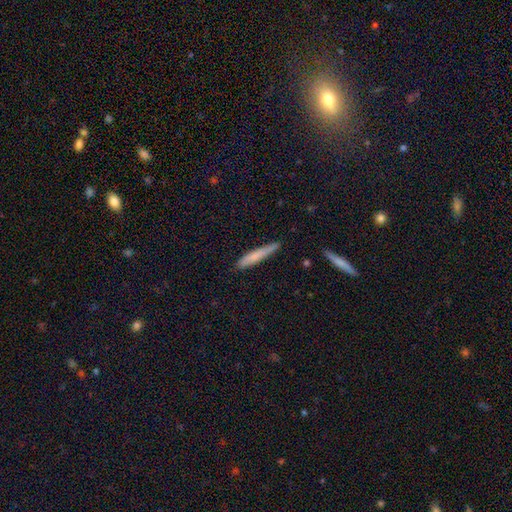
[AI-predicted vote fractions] This appears to be a smooth galaxy with no disk features (70%) that is cigar-shaped (94%). Merging: none (81%).